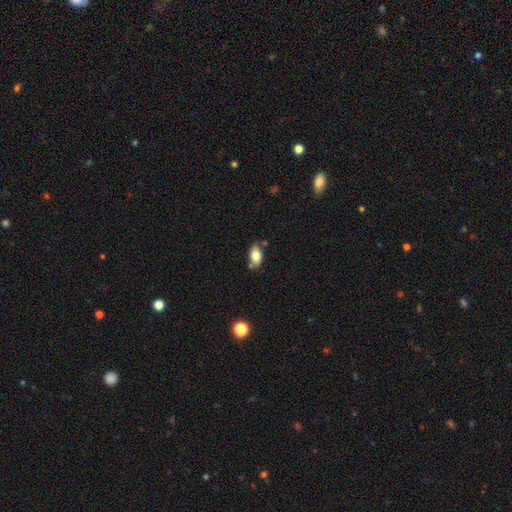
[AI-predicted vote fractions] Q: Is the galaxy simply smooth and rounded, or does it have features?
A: smooth — 77%.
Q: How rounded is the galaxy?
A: in between — 90%.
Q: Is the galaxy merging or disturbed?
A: none — 72%.